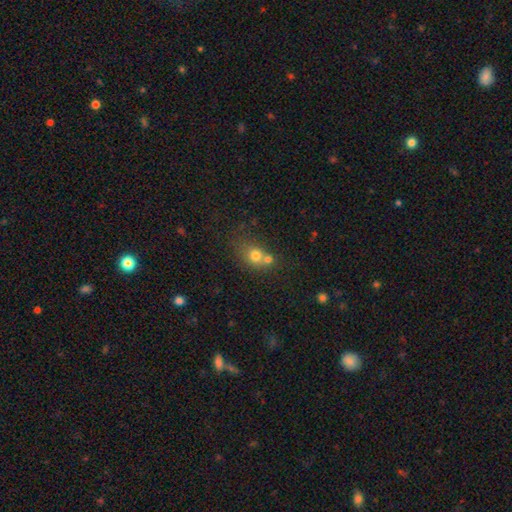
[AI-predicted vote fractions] Q: Smooth or featured?
A: smooth (72%); runner-up: featured or disk (14%)
Q: How rounded?
A: round (66%); runner-up: in between (33%)
Q: Merging?
A: merger (49%); runner-up: none (37%)